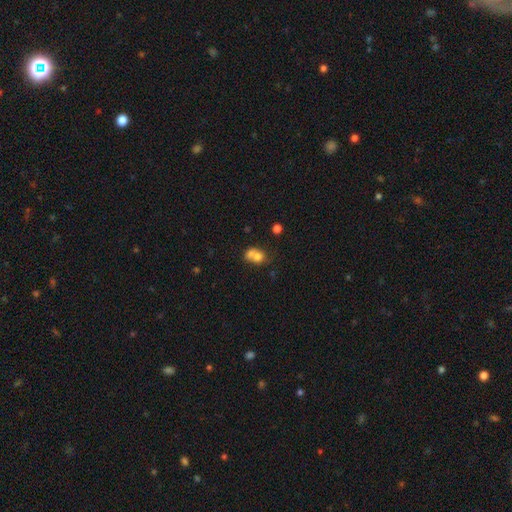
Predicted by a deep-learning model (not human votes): A smooth galaxy with no disk features (71%) that is round (61%).

Vote fractions:
- Smooth or featured? smooth: 71% / featured or disk: 19% / star or artifact: 11%
- How rounded? round: 61% / in between: 37% / cigar-shaped: 1%
- Merging? merger: 63% / none: 24% / minor disturbance: 8% / major disturbance: 4%